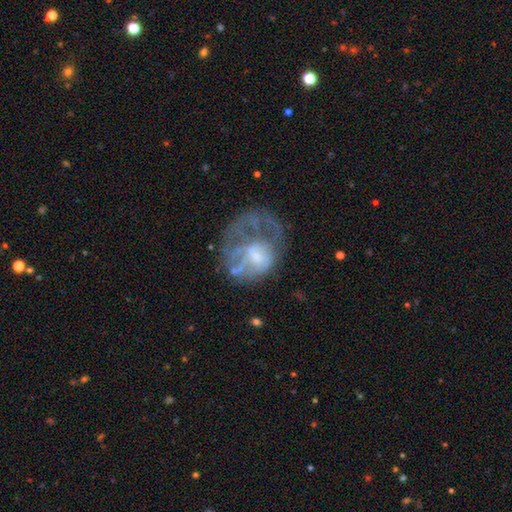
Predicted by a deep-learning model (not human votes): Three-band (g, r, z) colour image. It shows a featured or disk galaxy (60%) with no bar (75%), no spiral arms (72%) and a moderate central bulge (34%). Merging: major disturbance (45%).